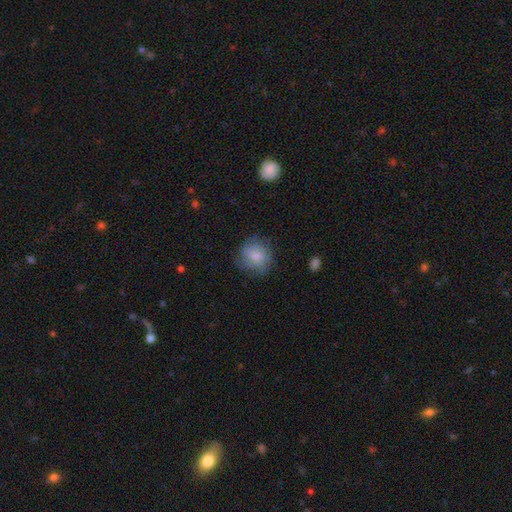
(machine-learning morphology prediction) Smooth or featured?
  - smooth: 59% *
  - featured or disk: 33%
  - star or artifact: 8%
How rounded?
  - round: 81% *
  - in between: 18%
  - cigar-shaped: 1%
Merging?
  - none: 69% *
  - minor disturbance: 21%
  - major disturbance: 9%
  - merger: 1%